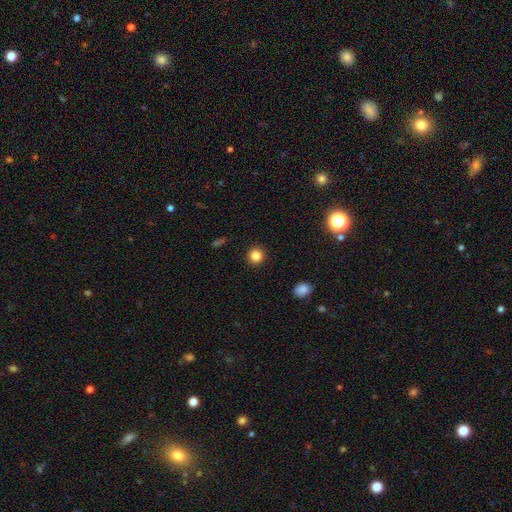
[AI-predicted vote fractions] Overall: smooth (84%). How rounded: round (93%). Merging: none (92%).